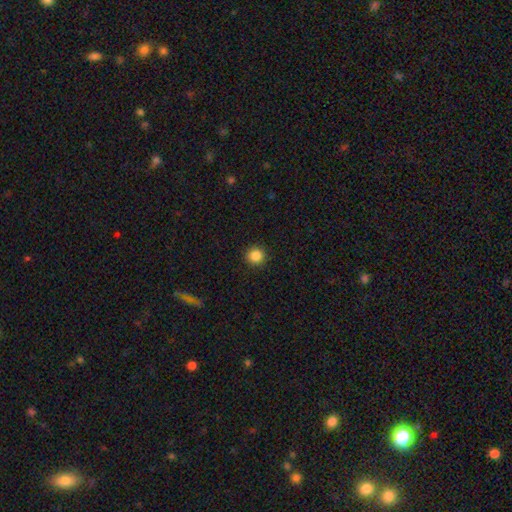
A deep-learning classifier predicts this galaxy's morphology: Smooth or featured: smooth — 85% (star or artifact — 11%)
How rounded: round — 94% (in between — 5%)
Merging: none — 92% (minor disturbance — 5%)